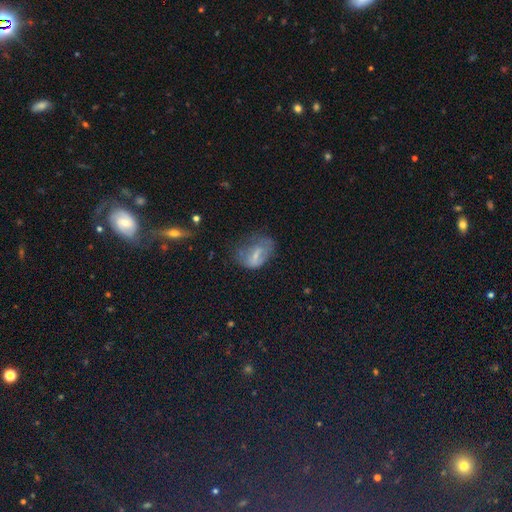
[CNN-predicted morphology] Smooth or featured: smooth — 51% (featured or disk — 37%)
How rounded: in between — 80% (round — 16%)
Merging: none — 34% (tied with major disturbance — 34%)